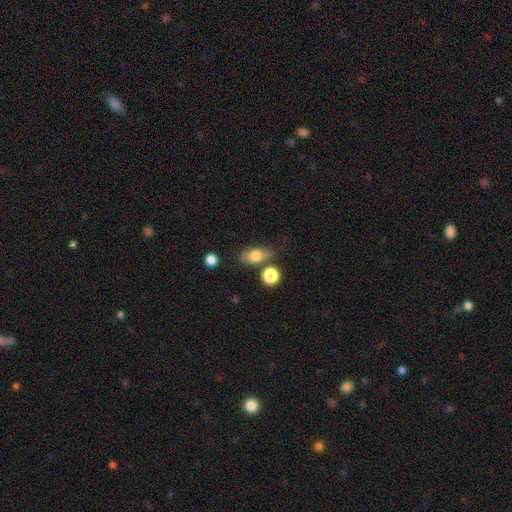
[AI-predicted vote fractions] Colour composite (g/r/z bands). It shows a smooth galaxy with no disk features (76%) that is in between round and cigar-shaped (79%). Merging: none (71%).